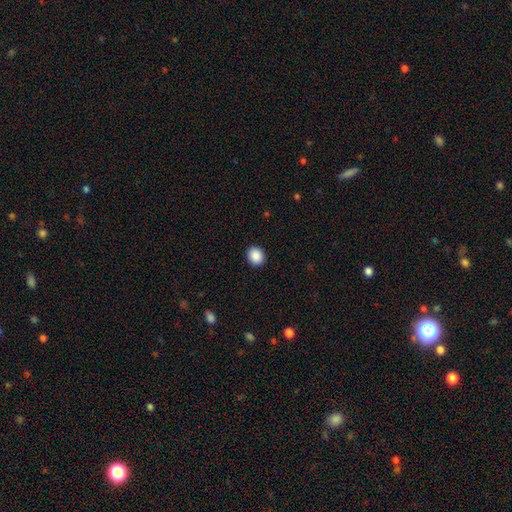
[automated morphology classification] A smooth galaxy with no disk features (89%) that is round (70%).

Vote fractions:
- Smooth or featured? smooth: 89% / star or artifact: 8% / featured or disk: 3%
- How rounded? round: 70% / in between: 29% / cigar-shaped: 1%
- Merging? none: 92% / minor disturbance: 5% / major disturbance: 2% / merger: 1%